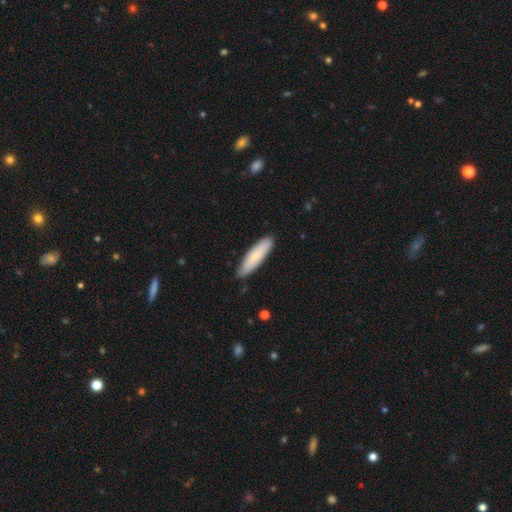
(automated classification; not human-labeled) The model was most divided on "how rounded": cigar-shaped: 68%, in between: 30%, round: 1%. More confident: merging — none (86%); smooth or featured — smooth (77%).